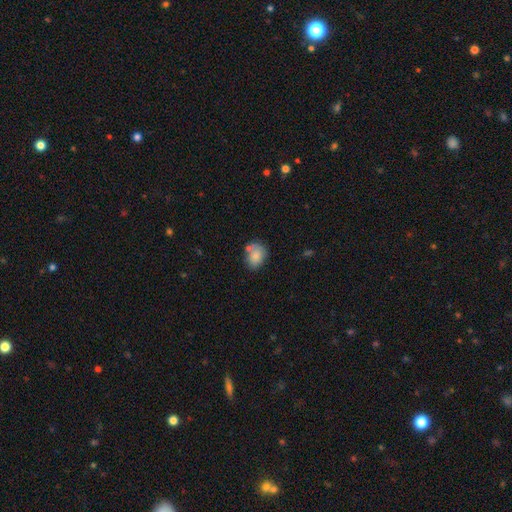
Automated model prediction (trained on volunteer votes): A smooth galaxy with no disk features (82%) that is in between round and cigar-shaped (62%).

Vote fractions:
- Smooth or featured? smooth: 82% / featured or disk: 10% / star or artifact: 8%
- How rounded? in between: 62% / round: 37% / cigar-shaped: 1%
- Merging? none: 60% / minor disturbance: 21% / merger: 14% / major disturbance: 6%